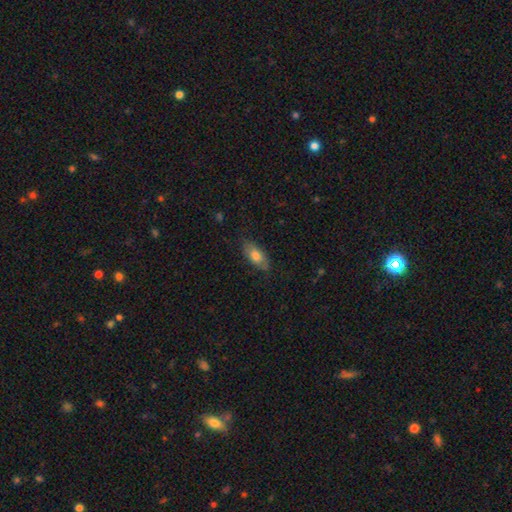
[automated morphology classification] A smooth galaxy with no disk features (75%) that is in between round and cigar-shaped (85%). Merging: none (80%).